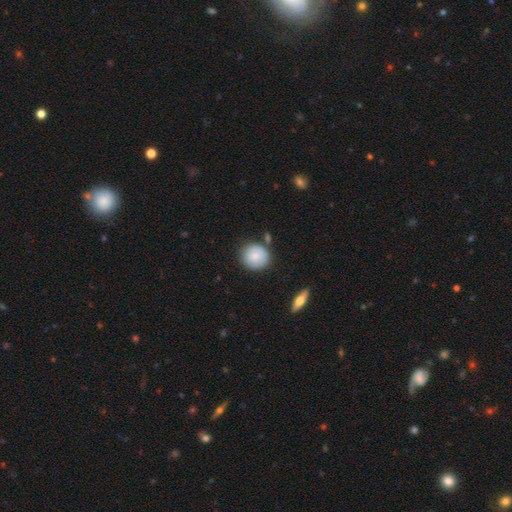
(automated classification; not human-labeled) A smooth galaxy with no disk features (82%) that is round (86%).

Vote fractions:
- Smooth or featured? smooth: 82% / featured or disk: 11% / star or artifact: 7%
- How rounded? round: 86% / in between: 13% / cigar-shaped: 1%
- Merging? none: 78% / minor disturbance: 14% / merger: 6% / major disturbance: 3%